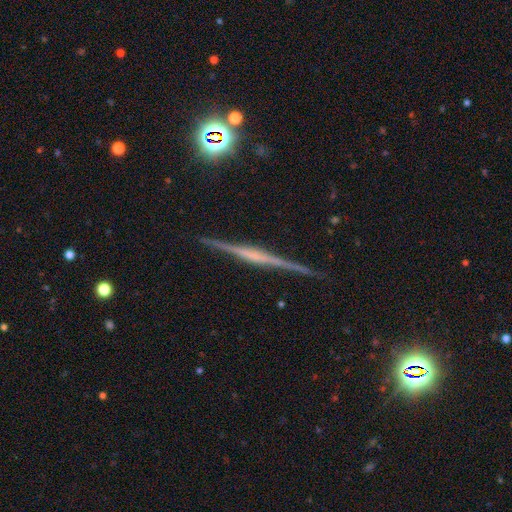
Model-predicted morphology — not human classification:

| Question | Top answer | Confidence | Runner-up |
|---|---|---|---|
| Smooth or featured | featured or disk | 79% | smooth (13%) |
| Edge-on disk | yes | 98% | no (2%) |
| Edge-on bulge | none | 38% | rounded (35%) |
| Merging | none | 91% | minor disturbance (7%) |